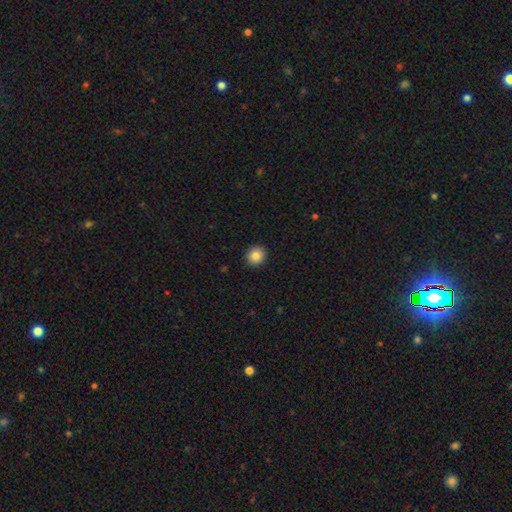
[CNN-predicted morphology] This is clearly a smooth galaxy (85%). How rounded: clearly round (90%). Merging: clearly none (92%).